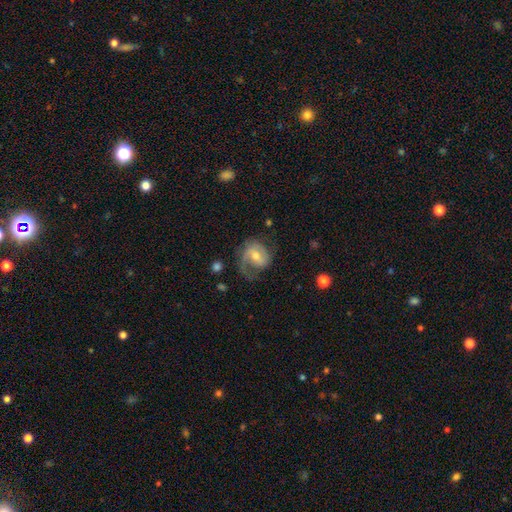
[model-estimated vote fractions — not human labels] This is likely a featured or disk galaxy (67%). It is clearly not viewed edge-on (97%). Bar: possibly weak (49%). Spiral arm pattern: clearly yes (87%). Spiral arm count: possibly 2 (47%). Spiral winding: marginally medium (45%). Central bulge: possibly moderate (59%). Merging: possibly none (48%).